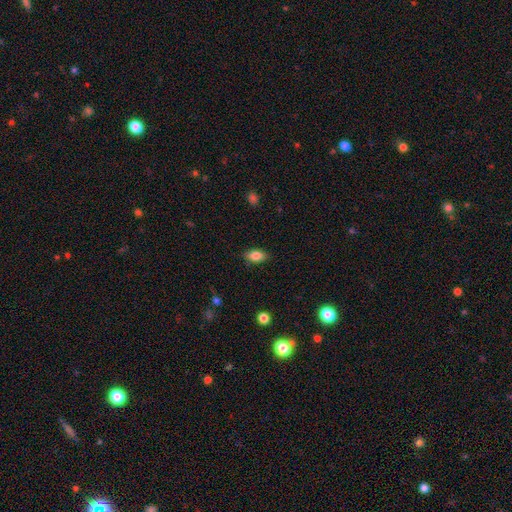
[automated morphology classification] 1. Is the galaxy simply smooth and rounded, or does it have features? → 85% smooth, 8% star or artifact, 7% featured or disk.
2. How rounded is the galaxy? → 89% in between, 7% round, 5% cigar-shaped.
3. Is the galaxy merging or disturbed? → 85% none, 12% minor disturbance, 3% major disturbance, 1% merger.